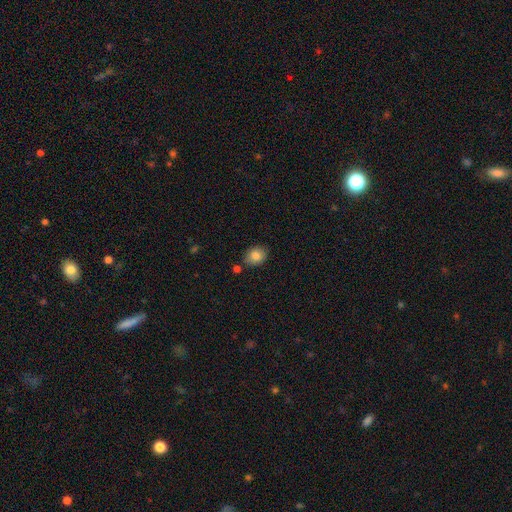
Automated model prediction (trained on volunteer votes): A smooth galaxy with no disk features (84%) that is in between round and cigar-shaped (60%). Merging: none (78%).